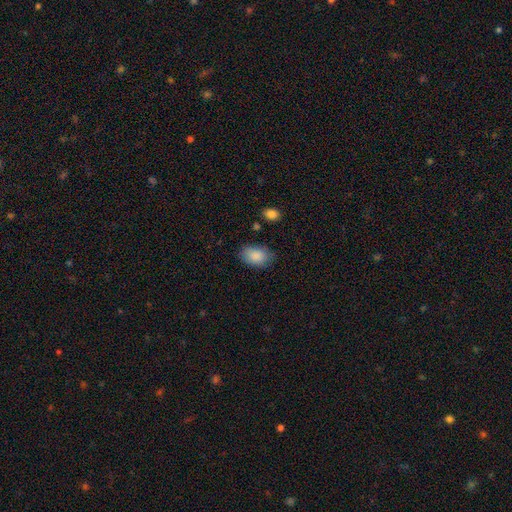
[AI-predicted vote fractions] smooth_or_featured: smooth (p=0.88) [alt: star or artifact p=0.07]
how_rounded: in between (p=0.86) [alt: round p=0.12]
merging: none (p=0.78) [alt: minor disturbance p=0.16]